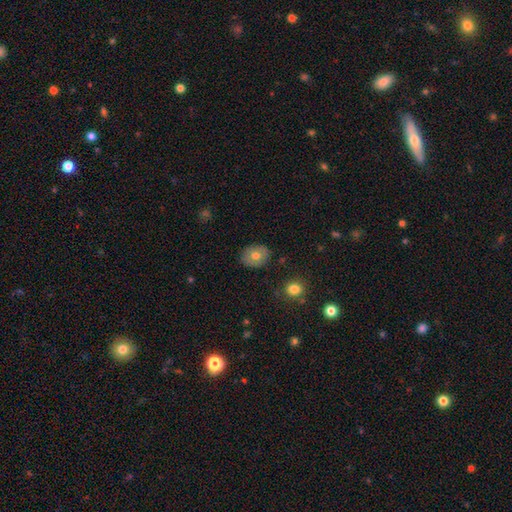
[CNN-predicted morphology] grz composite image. It shows a smooth galaxy with no disk features (70%) that is round (51%). Merging: none (84%).